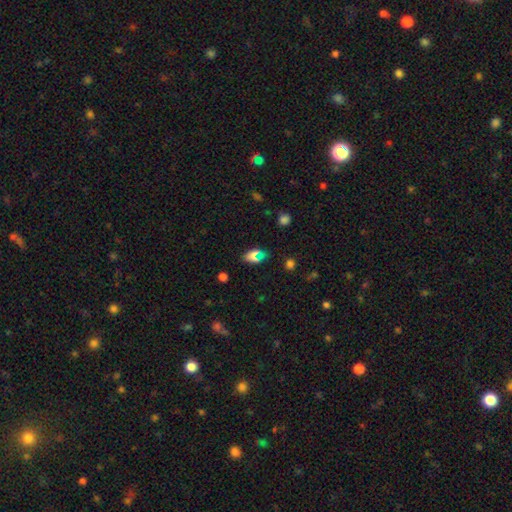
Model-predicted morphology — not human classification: Smooth or featured: smooth — 70% (star or artifact — 19%)
How rounded: in between — 83% (round — 9%)
Merging: none — 79% (minor disturbance — 13%)